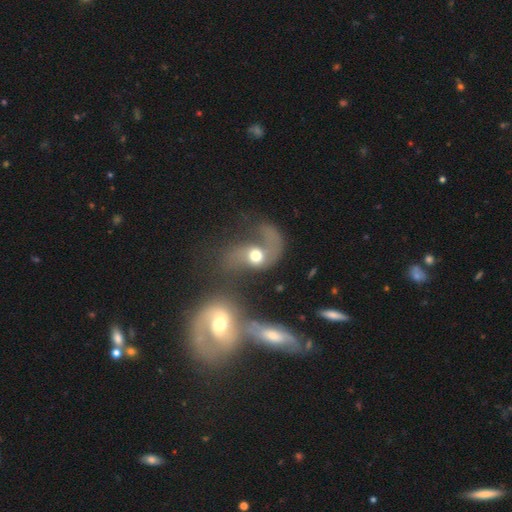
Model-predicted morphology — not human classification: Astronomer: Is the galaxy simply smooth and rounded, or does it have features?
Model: featured or disk — 63%.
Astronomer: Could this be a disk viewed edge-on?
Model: no — 96%.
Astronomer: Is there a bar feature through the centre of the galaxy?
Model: no — 70%.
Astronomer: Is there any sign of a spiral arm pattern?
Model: yes — 79%.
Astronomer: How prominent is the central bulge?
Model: moderate — 60%.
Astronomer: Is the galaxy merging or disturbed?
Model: major disturbance — 35% (runner-up: merger, 34%).